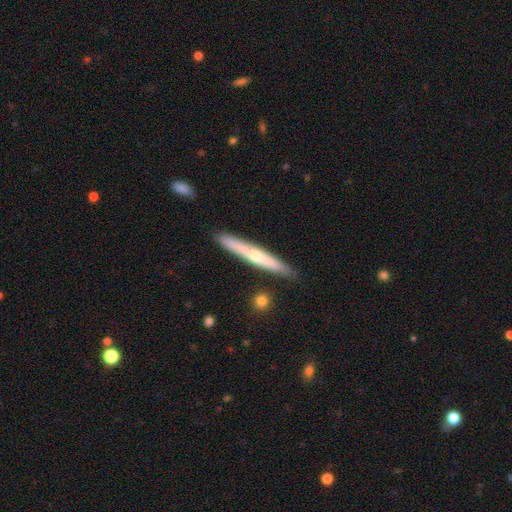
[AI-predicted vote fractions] smooth_or_featured: featured or disk (p=0.50) [alt: smooth p=0.45]
merging: none (p=0.89) [alt: minor disturbance p=0.08]